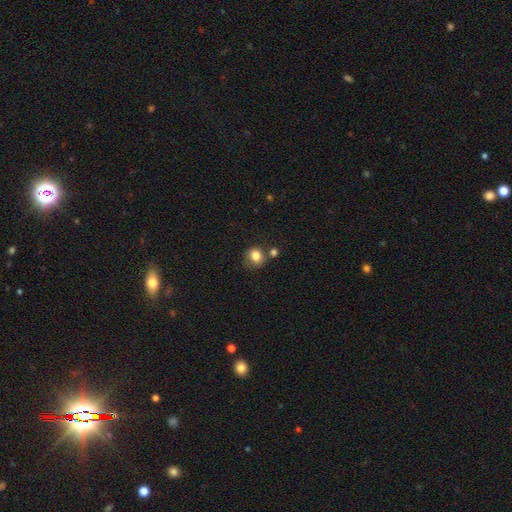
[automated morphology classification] Smooth or featured? smooth (82%)
How rounded? round (75%)
Merging? none (63%)